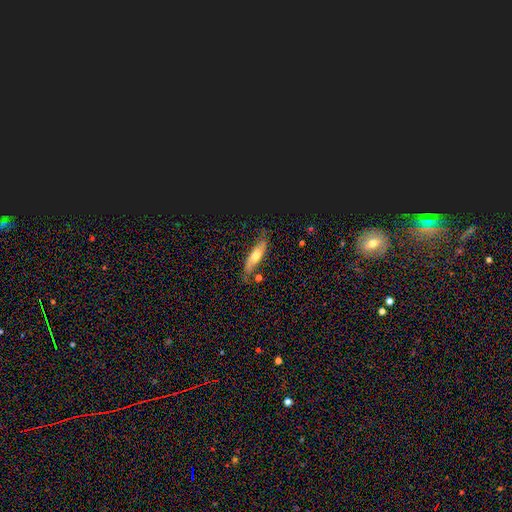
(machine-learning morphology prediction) A smooth galaxy with no disk features (50%) that is cigar-shaped (58%).

Vote fractions:
- Smooth or featured? smooth: 50% / featured or disk: 40% / star or artifact: 10%
- How rounded? cigar-shaped: 58% / in between: 39% / round: 3%
- Merging? none: 72% / minor disturbance: 19% / major disturbance: 5% / merger: 4%